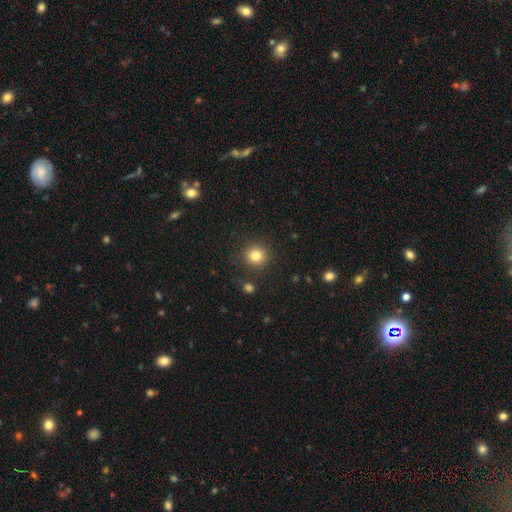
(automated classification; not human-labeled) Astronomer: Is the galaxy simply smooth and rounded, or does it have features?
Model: smooth — 81%.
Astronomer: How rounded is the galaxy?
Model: round — 91%.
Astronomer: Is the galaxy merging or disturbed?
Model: none — 88%.